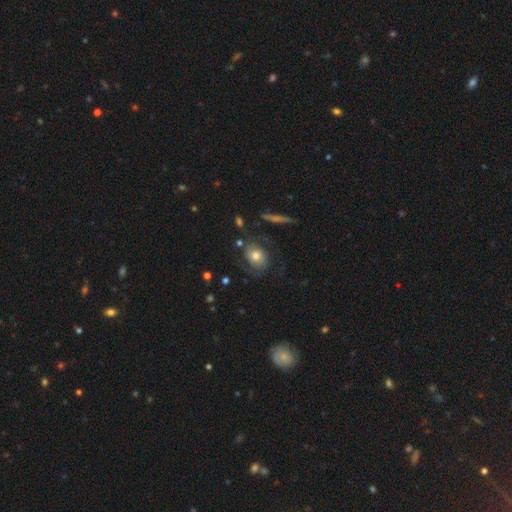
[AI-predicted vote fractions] Smooth or featured? Predicted: featured or disk (p=0.54). Edge-on disk? Predicted: no (p=0.95). Bar? Predicted: no (p=0.76). Spiral arms? Predicted: yes (p=0.84). Bulge size? Predicted: moderate (p=0.62). Merging? Predicted: none (p=0.60).